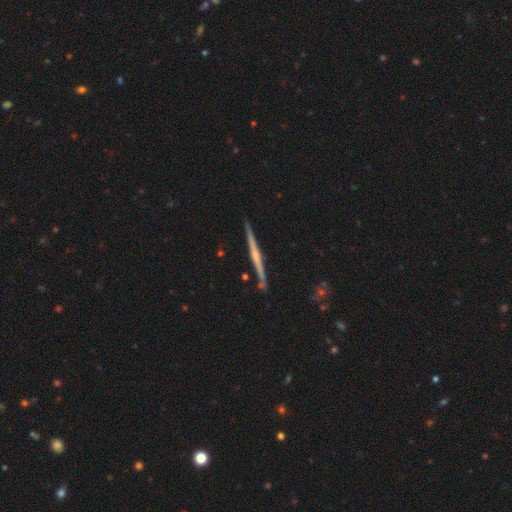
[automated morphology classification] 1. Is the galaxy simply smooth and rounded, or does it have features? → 76% featured or disk, 19% smooth, 5% star or artifact.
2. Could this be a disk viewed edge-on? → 98% yes, 2% no.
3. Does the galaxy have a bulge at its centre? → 55% rounded, 33% none, 12% boxy.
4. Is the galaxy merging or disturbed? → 89% none, 7% minor disturbance, 2% merger, 1% major disturbance.